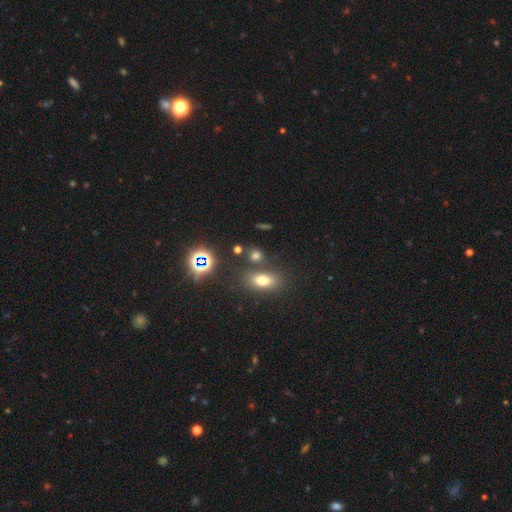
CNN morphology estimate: This is likely a smooth galaxy (61%). How rounded: possibly in between (48%). Merging: likely none (71%).